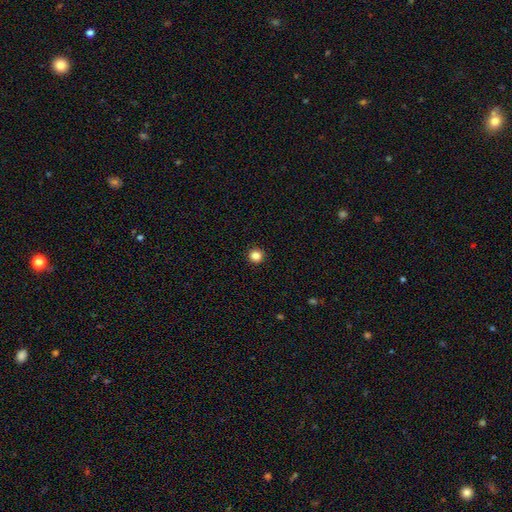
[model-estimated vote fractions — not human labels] smooth 85%, star or artifact 11%, featured or disk 4%. Down the decision tree: how rounded — round (95%); merging — none (93%).